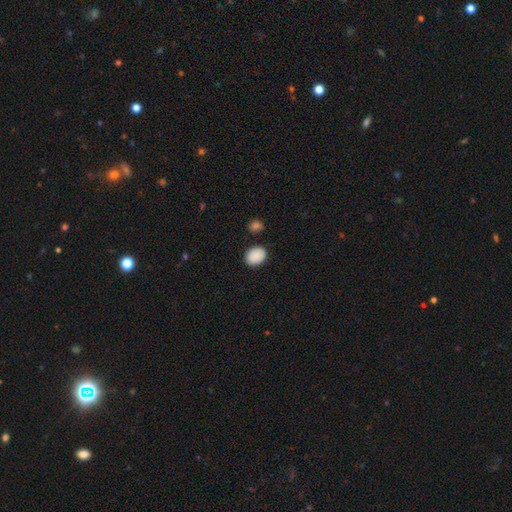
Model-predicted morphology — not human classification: Smooth or featured: smooth — 90% (star or artifact — 7%)
How rounded: in between — 69% (round — 30%)
Merging: none — 84% (minor disturbance — 11%)